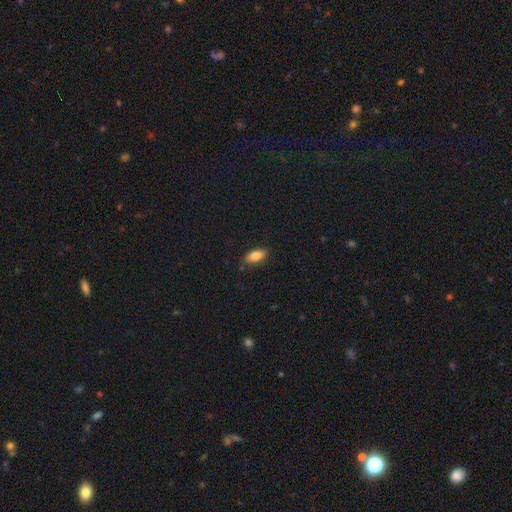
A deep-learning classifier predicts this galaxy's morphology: A smooth galaxy with no disk features (83%) that is in between round and cigar-shaped (89%). Merging: none (86%).